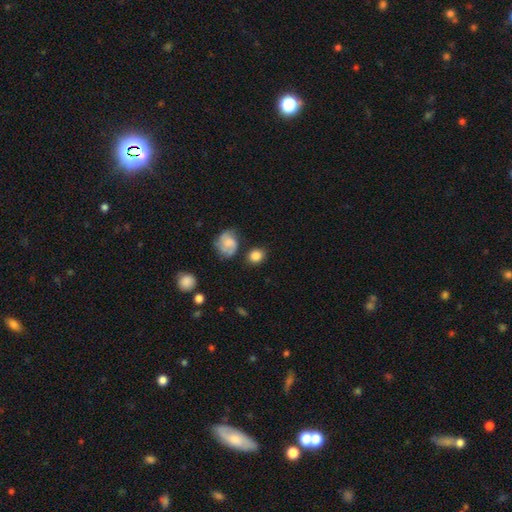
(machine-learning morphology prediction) smooth-or-featured: smooth: 82% | featured or disk: 10% | star or artifact: 8%
  how-rounded: round: 67% | in between: 32% | cigar-shaped: 1%
  merging: none: 75% | minor disturbance: 15% | merger: 6% | major disturbance: 5%